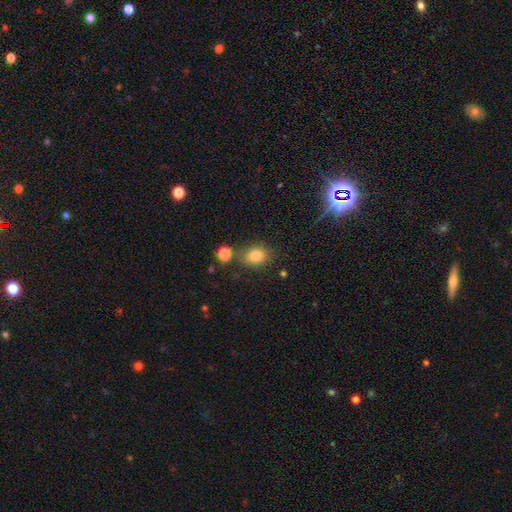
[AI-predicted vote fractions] Smooth or featured? Predicted: smooth (p=0.81). How rounded? Predicted: in between (p=0.64). Merging? Predicted: none (p=0.75).